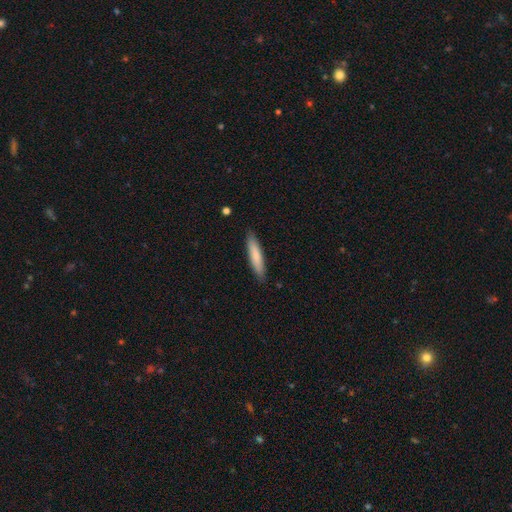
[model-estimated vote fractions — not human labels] Smooth or featured? Predicted: smooth (p=0.79). How rounded? Predicted: cigar-shaped (p=0.86). Merging? Predicted: none (p=0.88).